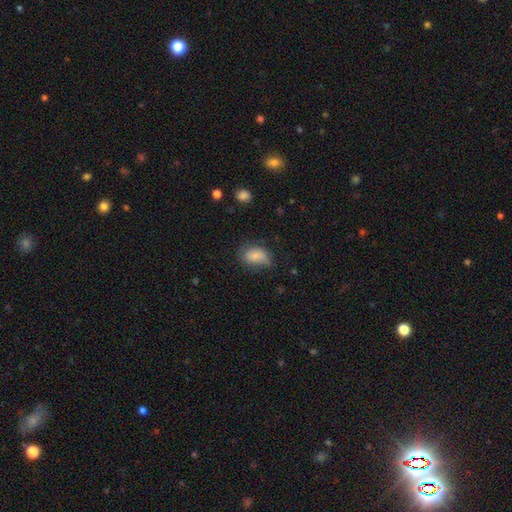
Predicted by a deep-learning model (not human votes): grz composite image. It shows a smooth galaxy with no disk features (81%) that is in between round and cigar-shaped (84%). Merging: none (52%).